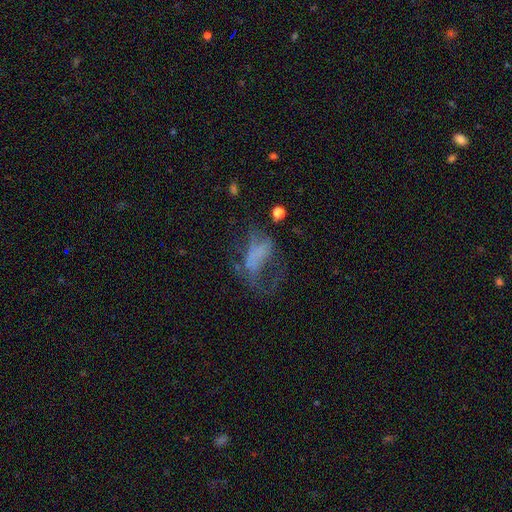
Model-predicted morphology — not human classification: Smooth or featured: featured or disk — 49% (smooth — 32%)
Merging: major disturbance — 56% (none — 23%)